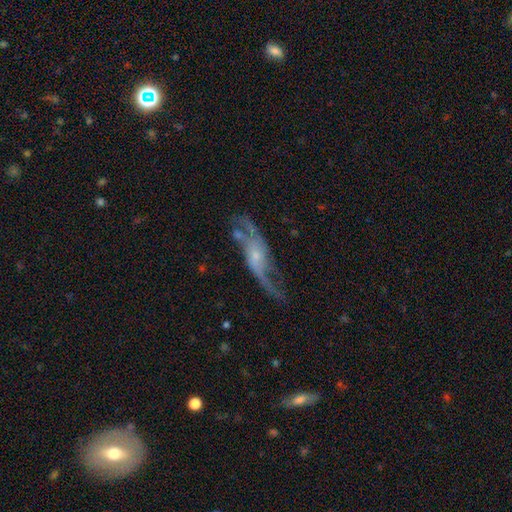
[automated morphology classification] smooth-or-featured: featured or disk: 82% | smooth: 11% | star or artifact: 7%
  disk-edge-on: no: 84% | yes: 16%
    bar: no: 64% | weak: 28% | strong: 8%
    has-spiral-arms: yes: 89% | no: 11%
      spiral-winding: loose: 75% | medium: 20% | tight: 6%
      spiral-arm-count: 2: 85% | can't tell: 6% | 1: 3% | 3: 2% | 4: 1% | more than 4: 1%
    bulge-size: small: 62% | moderate: 27% | none: 7% | large: 3% | dominant: 1%
  merging: none: 54% | minor disturbance: 21% | major disturbance: 19% | merger: 5%